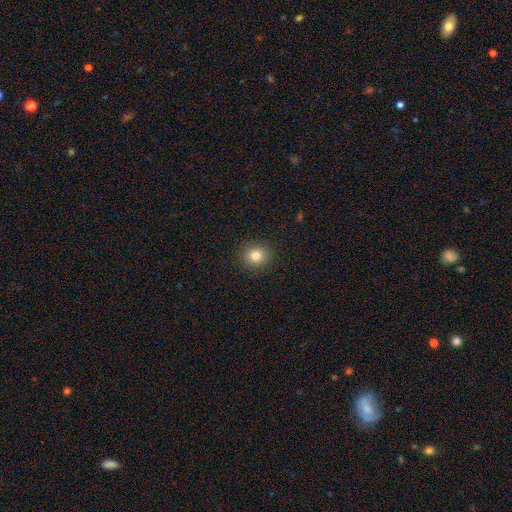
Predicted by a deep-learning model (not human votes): smooth-or-featured: smooth: 82% | star or artifact: 11% | featured or disk: 7%
  how-rounded: round: 82% | in between: 17% | cigar-shaped: 1%
  merging: none: 90% | minor disturbance: 7% | major disturbance: 2% | merger: 1%